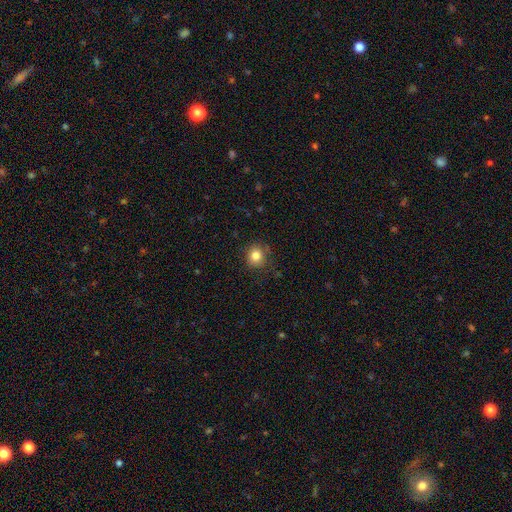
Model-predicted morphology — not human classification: Q: Smooth or featured?
A: smooth (82%); runner-up: star or artifact (12%)
Q: How rounded?
A: round (89%); runner-up: in between (10%)
Q: Merging?
A: none (85%); runner-up: minor disturbance (10%)